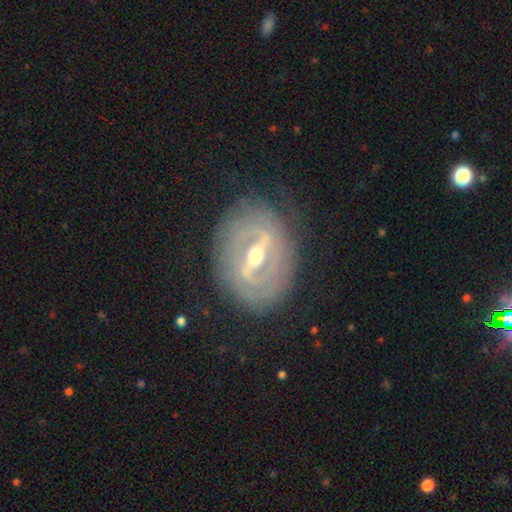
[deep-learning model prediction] Q: Smooth or featured?
A: featured or disk (86%); runner-up: smooth (8%)
Q: Edge-on disk?
A: no (91%); runner-up: yes (9%)
Q: Bar?
A: strong (72%); runner-up: weak (22%)
Q: Spiral arms?
A: yes (78%); runner-up: no (22%)
Q: Spiral winding?
A: tight (69%); runner-up: medium (23%)
Q: Spiral arm count?
A: 2 (47%); runner-up: can't tell (30%)
Q: Bulge size?
A: moderate (67%); runner-up: small (26%)
Q: Merging?
A: none (79%); runner-up: minor disturbance (14%)